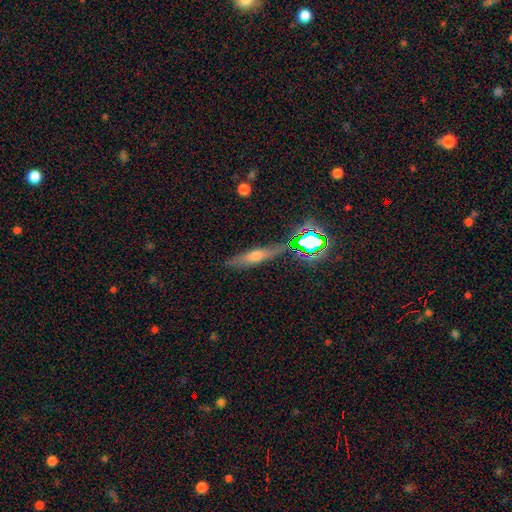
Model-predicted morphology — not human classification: A featured or disk galaxy (42%). Merging: none (80%).